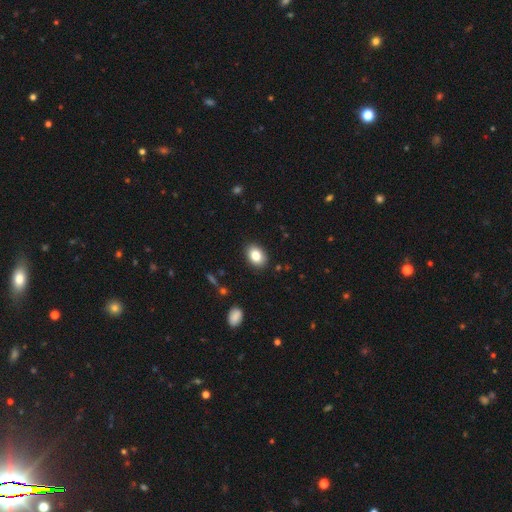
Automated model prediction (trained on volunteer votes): Smooth or featured: smooth — 83% (star or artifact — 9%)
How rounded: in between — 75% (round — 24%)
Merging: none — 89% (minor disturbance — 8%)